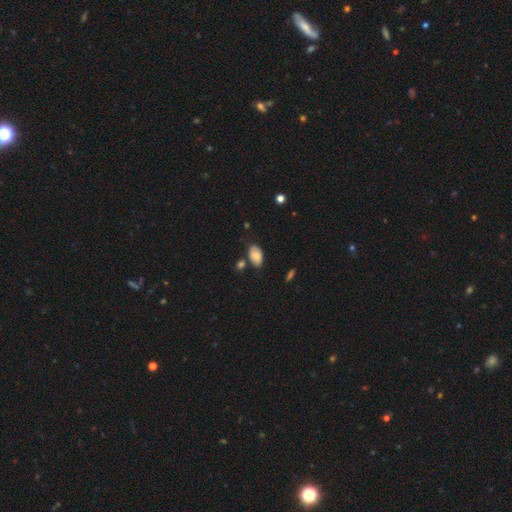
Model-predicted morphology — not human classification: Smooth or featured: smooth — 75% (featured or disk — 17%)
How rounded: in between — 92% (round — 6%)
Merging: none — 70% (minor disturbance — 18%)